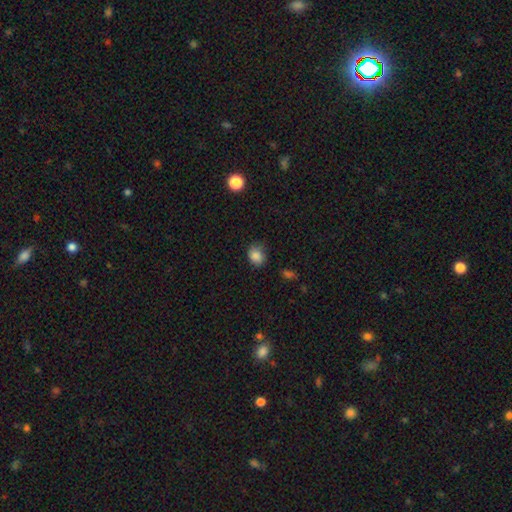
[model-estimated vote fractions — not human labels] A smooth galaxy with no disk features (84%) that is round (53%). Merging: none (70%).